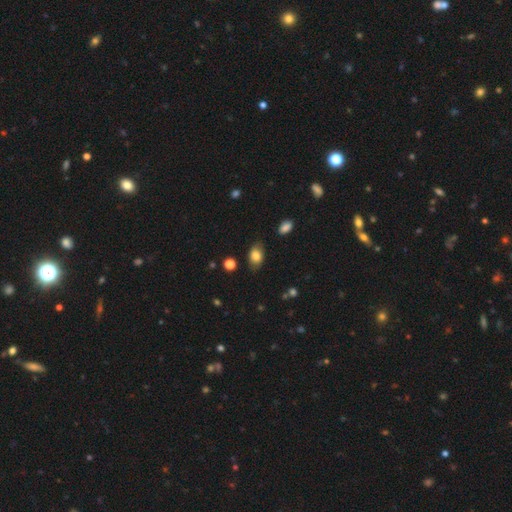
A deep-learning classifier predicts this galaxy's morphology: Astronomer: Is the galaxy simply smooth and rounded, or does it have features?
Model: smooth — 81%.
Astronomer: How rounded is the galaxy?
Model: in between — 84%.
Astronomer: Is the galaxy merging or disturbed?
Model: none — 76%.